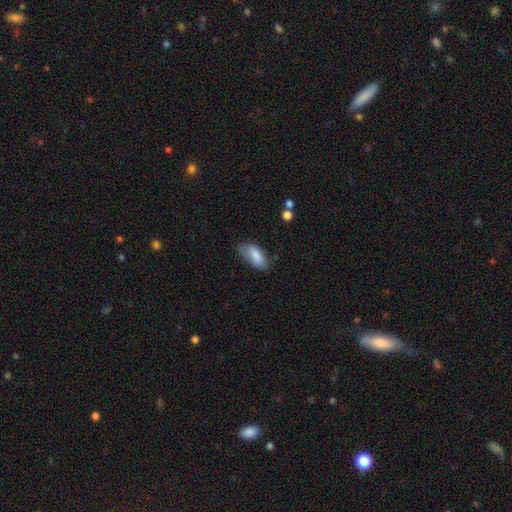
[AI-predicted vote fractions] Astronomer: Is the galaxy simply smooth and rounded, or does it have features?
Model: smooth — 80%.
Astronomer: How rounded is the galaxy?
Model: in between — 88%.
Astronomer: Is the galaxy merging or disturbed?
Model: none — 66%.